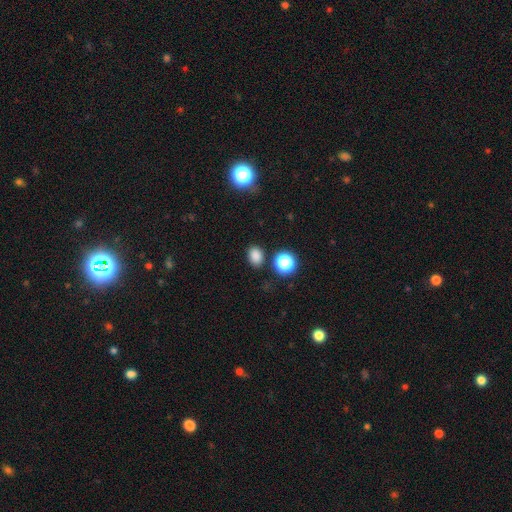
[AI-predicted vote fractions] Morphology: type=smooth (82%); roundness=in between (64%); merging=none (83%).